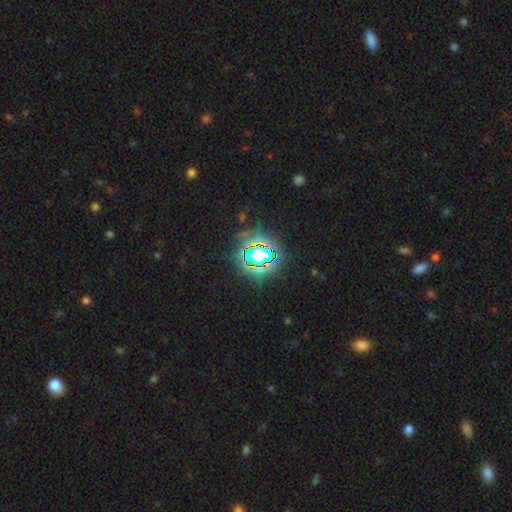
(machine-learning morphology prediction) Smooth or featured: star or artifact — 81% (smooth — 12%)